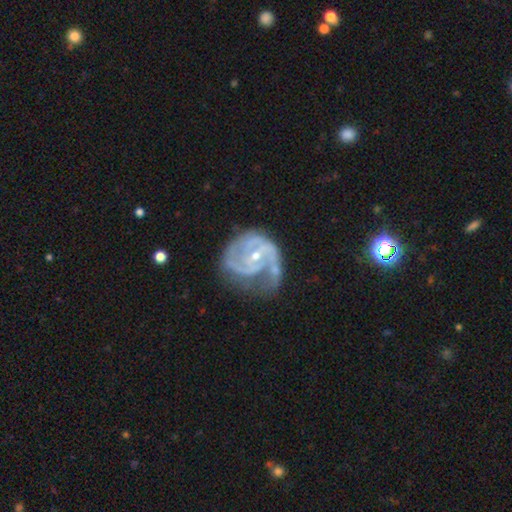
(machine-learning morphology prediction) A featured or disk galaxy (89%) with a weak bar (45%), 2 (56%) medium (45%) spiral arms (96%) and a small central bulge (63%). Merging: none (39%).